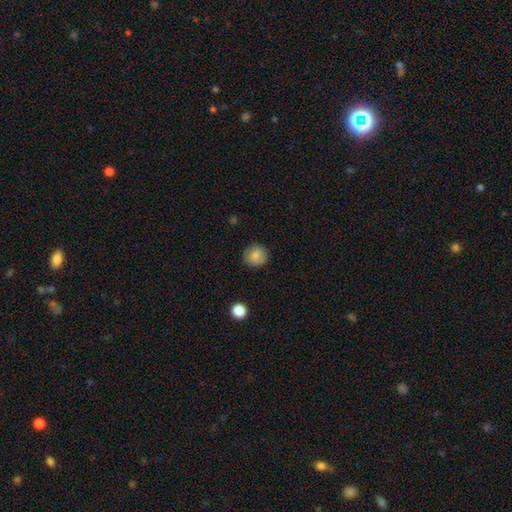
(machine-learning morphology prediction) smooth-or-featured: smooth: 83% | featured or disk: 9% | star or artifact: 8%
  how-rounded: round: 89% | in between: 10% | cigar-shaped: 1%
  merging: none: 87% | minor disturbance: 9% | major disturbance: 3% | merger: 1%